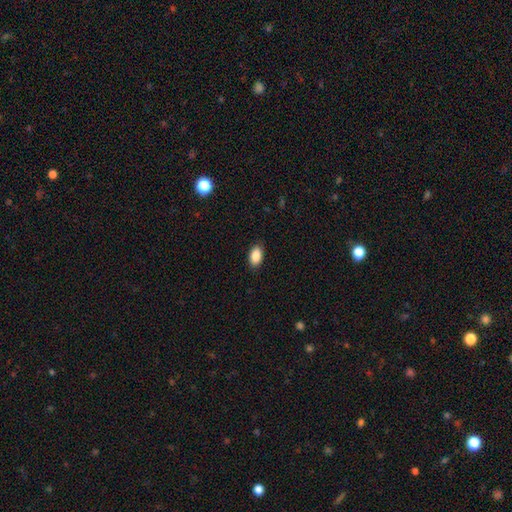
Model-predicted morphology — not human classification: This appears to be a smooth galaxy with no disk features (89%) that is in between round and cigar-shaped (92%). Merging: none (87%).